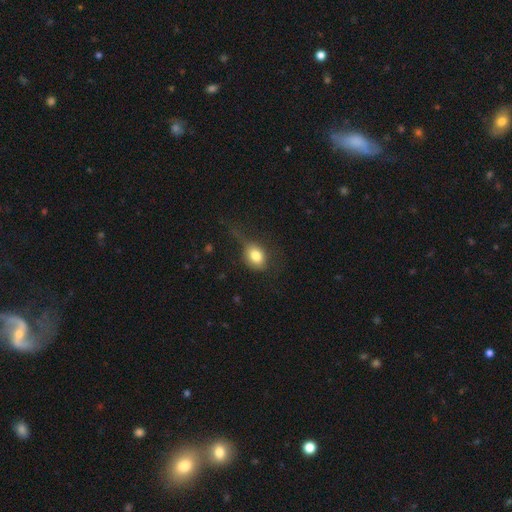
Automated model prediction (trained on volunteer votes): smooth 77%, featured or disk 13%, star or artifact 10%. Down the decision tree: how rounded — in between (54%); merging — none (49%).